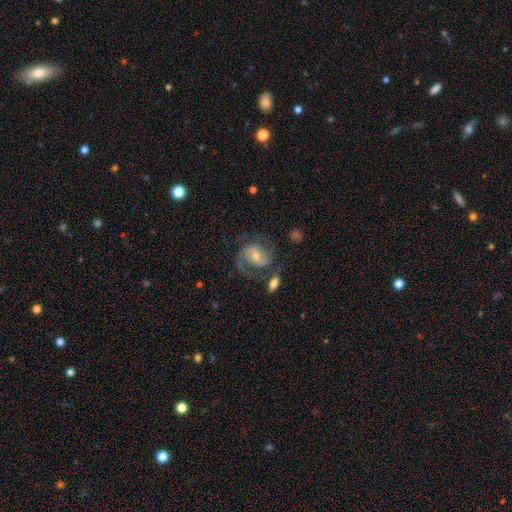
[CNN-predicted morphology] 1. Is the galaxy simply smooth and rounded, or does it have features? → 81% featured or disk, 12% smooth, 7% star or artifact.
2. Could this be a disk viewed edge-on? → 97% no, 3% yes.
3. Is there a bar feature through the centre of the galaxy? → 46% no, 39% weak, 14% strong.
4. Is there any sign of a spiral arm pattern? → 94% yes, 6% no.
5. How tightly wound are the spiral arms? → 51% medium, 27% tight, 22% loose.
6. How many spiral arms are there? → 74% 2, 12% 1, 8% can't tell, 4% 3, 1% 4, 1% more than 4.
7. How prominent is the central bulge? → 48% small, 46% moderate, 4% large, 2% none, 1% dominant.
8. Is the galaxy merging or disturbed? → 58% none, 17% major disturbance, 17% minor disturbance, 7% merger.